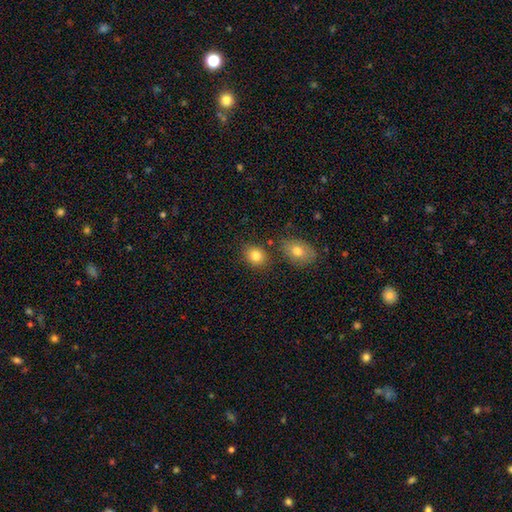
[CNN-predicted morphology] A smooth galaxy with no disk features (82%) that is round (52%).

Vote fractions:
- Smooth or featured? smooth: 82% / star or artifact: 10% / featured or disk: 8%
- How rounded? round: 52% / in between: 47% / cigar-shaped: 1%
- Merging? none: 76% / minor disturbance: 11% / merger: 10% / major disturbance: 3%